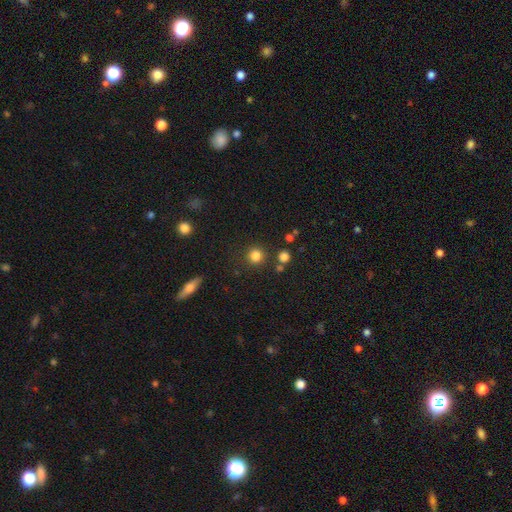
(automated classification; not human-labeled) This appears to be a smooth galaxy with no disk features (82%) that is round (92%). Merging: none (84%).